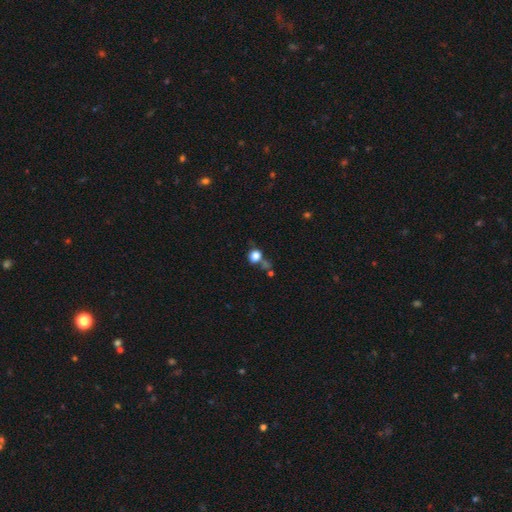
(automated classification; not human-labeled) Overall: smooth (80%). How rounded: round (77%). Merging: none (53%; merger 20%).